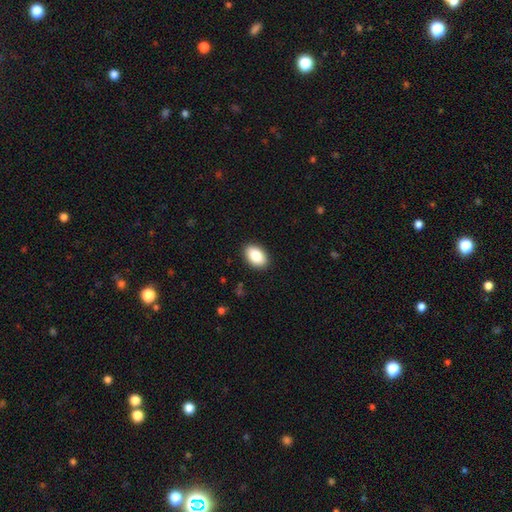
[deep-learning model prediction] This is clearly a smooth galaxy (87%). How rounded: clearly in between (89%). Merging: clearly none (90%).